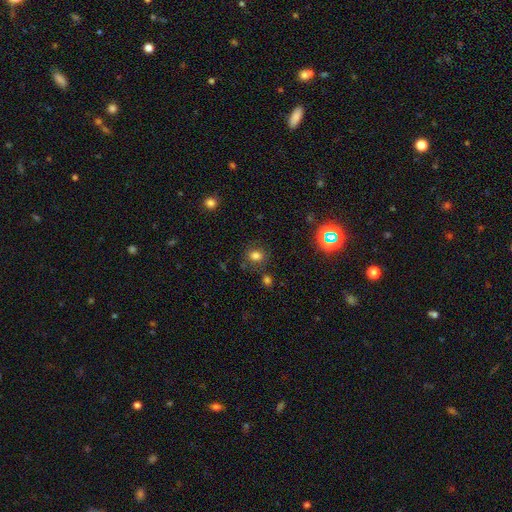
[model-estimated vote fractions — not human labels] Smooth or featured?
  - smooth: 75% *
  - star or artifact: 18%
  - featured or disk: 8%
How rounded?
  - round: 61% *
  - in between: 38%
  - cigar-shaped: 1%
Merging?
  - none: 77% *
  - minor disturbance: 13%
  - merger: 6%
  - major disturbance: 5%